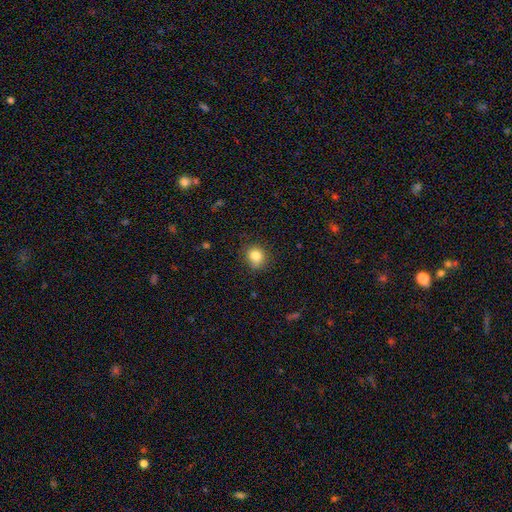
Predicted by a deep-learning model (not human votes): smooth 82%, star or artifact 11%, featured or disk 7%. Down the decision tree: how rounded — round (79%); merging — none (82%).